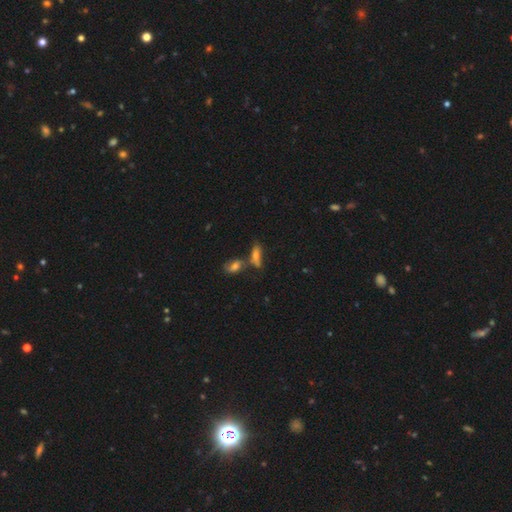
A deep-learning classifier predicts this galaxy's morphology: type=smooth (60%); roundness=in between (53%); merging=none (45%).